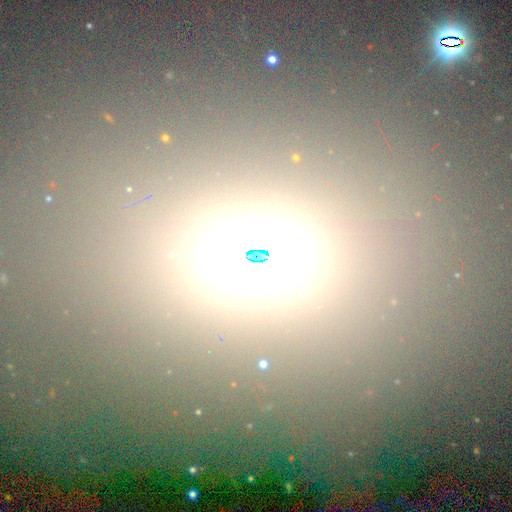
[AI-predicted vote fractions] Q: Smooth or featured?
A: star or artifact (39%); runner-up: smooth (38%)